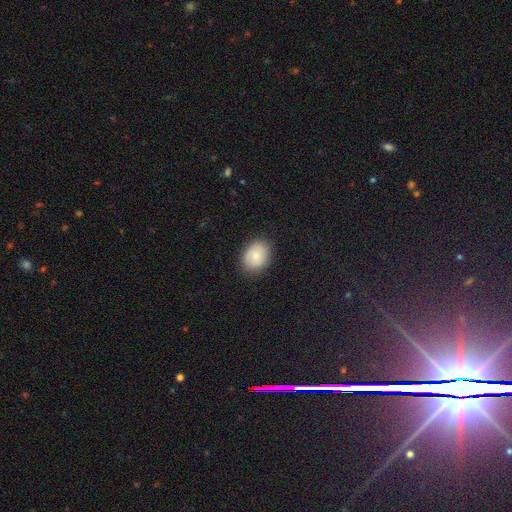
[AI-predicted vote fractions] Q: Smooth or featured?
A: smooth (74%); runner-up: featured or disk (18%)
Q: How rounded?
A: in between (54%); runner-up: round (45%)
Q: Merging?
A: none (84%); runner-up: minor disturbance (12%)